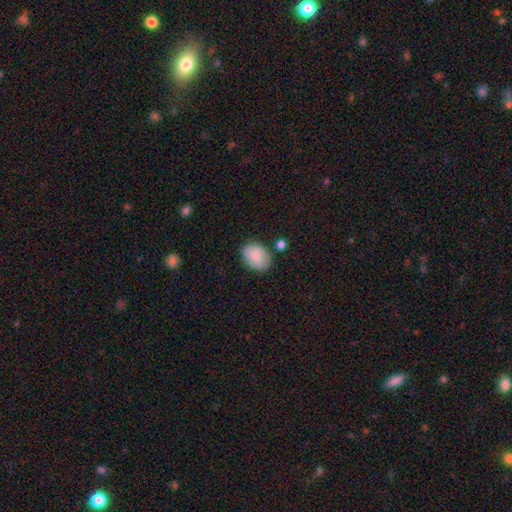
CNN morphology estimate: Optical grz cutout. It shows a smooth galaxy with no disk features (76%) that is in between round and cigar-shaped (74%). Merging: none (75%).